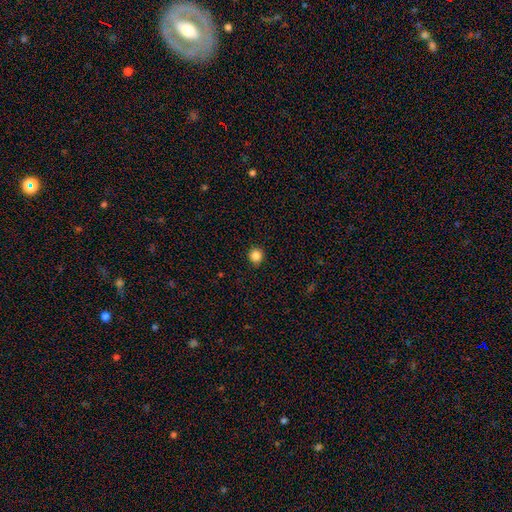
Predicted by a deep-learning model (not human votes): Smooth or featured?
  - smooth: 85% *
  - star or artifact: 11%
  - featured or disk: 4%
How rounded?
  - round: 92% *
  - in between: 7%
  - cigar-shaped: 1%
Merging?
  - none: 92% *
  - minor disturbance: 5%
  - major disturbance: 2%
  - merger: 1%